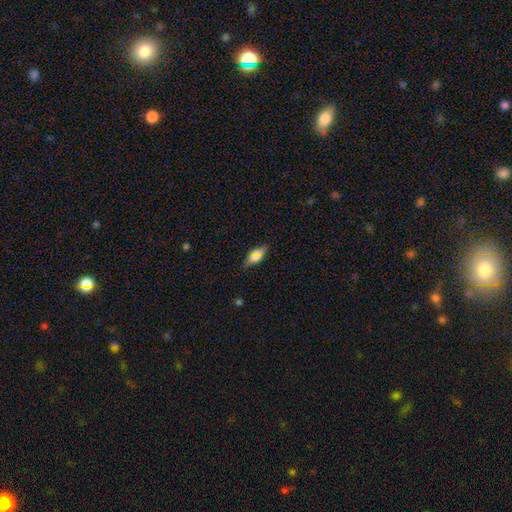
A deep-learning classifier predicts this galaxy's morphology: smooth_or_featured: smooth (p=0.64) [alt: featured or disk p=0.28]
how_rounded: in between (p=0.70) [alt: cigar-shaped p=0.27]
merging: none (p=0.80) [alt: minor disturbance p=0.15]